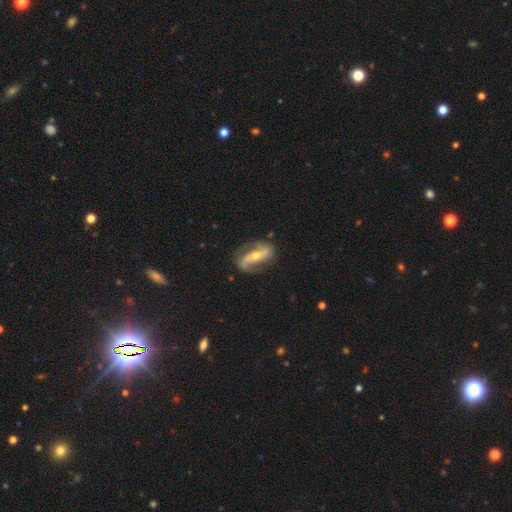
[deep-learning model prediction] Morphology: type=featured or disk (82%); edge-on=no (90%); bar=strong (50%); spiral arms=yes (92%); winding=loose (57%); arm count=2 (90%); bulge=small (52%); merging=none (76%).